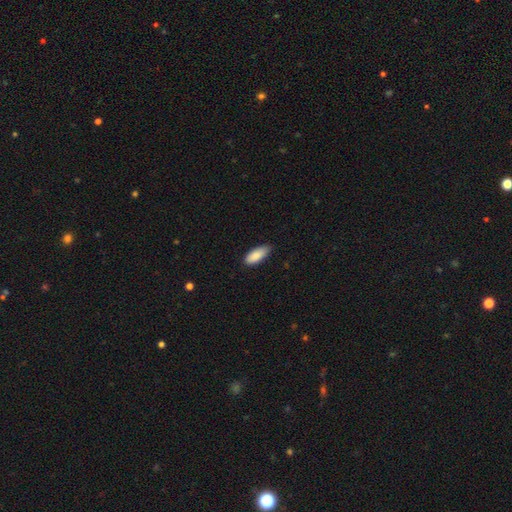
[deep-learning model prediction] This is clearly a smooth galaxy (88%). How rounded: clearly in between (82%). Merging: likely none (77%).